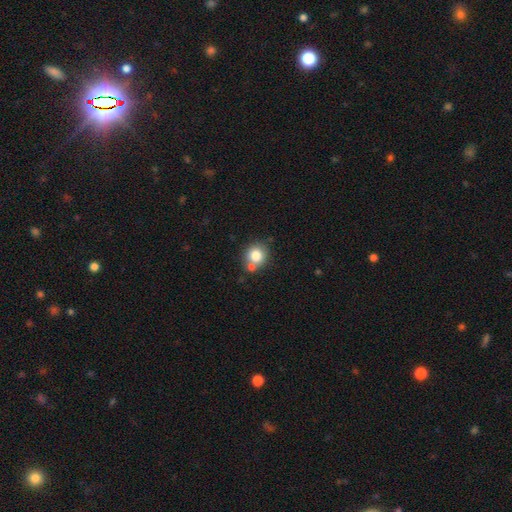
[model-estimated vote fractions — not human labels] The model was most divided on "merging": none: 63%, merger: 23%, minor disturbance: 11%, major disturbance: 3%. More confident: how rounded — round (81%); smooth or featured — smooth (79%).